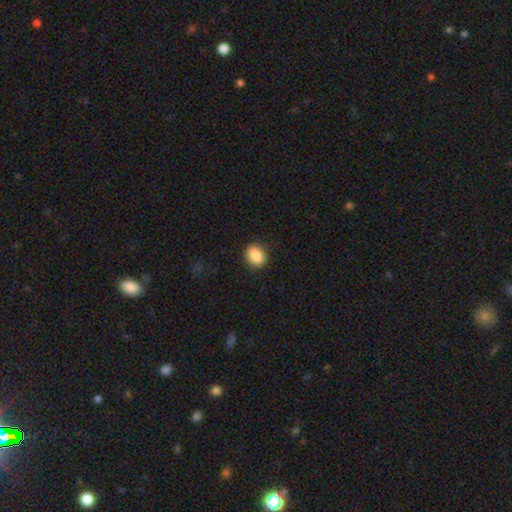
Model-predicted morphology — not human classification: Q: Smooth or featured?
A: smooth (87%); runner-up: star or artifact (8%)
Q: How rounded?
A: round (55%); runner-up: in between (44%)
Q: Merging?
A: none (87%); runner-up: minor disturbance (9%)